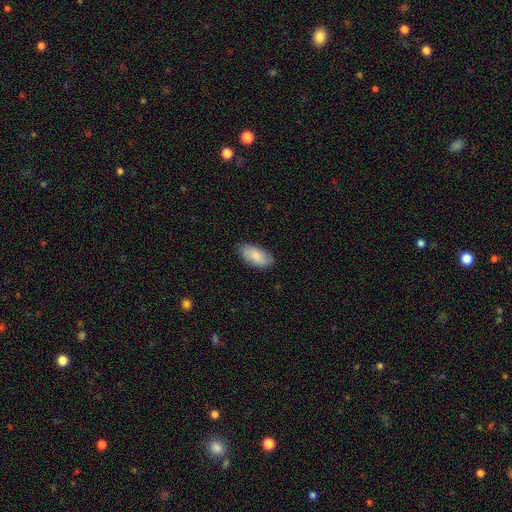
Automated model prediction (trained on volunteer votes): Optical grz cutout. It shows a smooth galaxy with no disk features (81%) that is in between round and cigar-shaped (92%). Merging: none (83%).